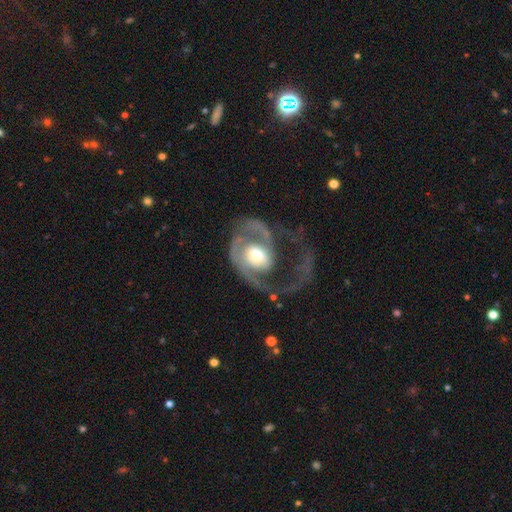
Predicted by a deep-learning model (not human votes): Smooth or featured: featured or disk — 81% (smooth — 14%)
Edge-on disk: no — 97% (yes — 3%)
Bar: no — 66% (weak — 25%)
Spiral arms: yes — 85% (no — 15%)
Spiral winding: medium — 41% (loose — 36%)
Spiral arm count: 1 — 48% (2 — 37%)
Bulge size: moderate — 62% (large — 20%)
Merging: major disturbance — 59% (none — 25%)